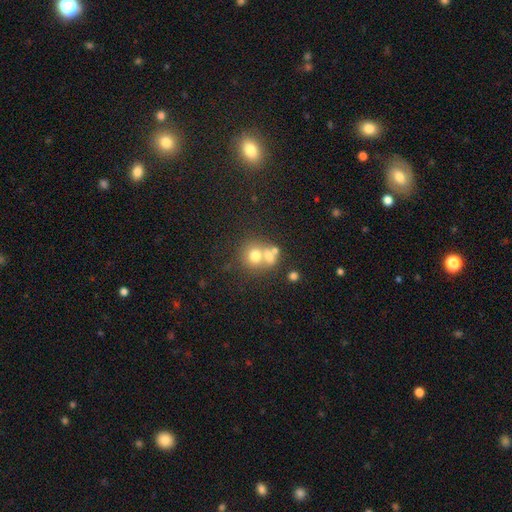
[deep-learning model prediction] smooth-or-featured: smooth: 68% | featured or disk: 19% | star or artifact: 13%
  how-rounded: round: 79% | in between: 20% | cigar-shaped: 1%
  merging: merger: 50% | none: 38% | minor disturbance: 8% | major disturbance: 4%